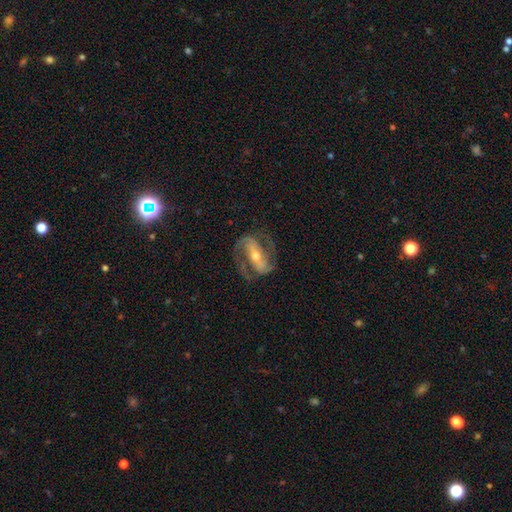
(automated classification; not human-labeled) Smooth or featured? featured or disk (89%)
Edge-on disk? no (96%)
Bar? strong (60%)
Spiral arms? yes (96%)
Spiral winding? medium (55%)
Spiral arm count? 2 (92%)
Bulge size? moderate (52%)
Merging? none (76%)